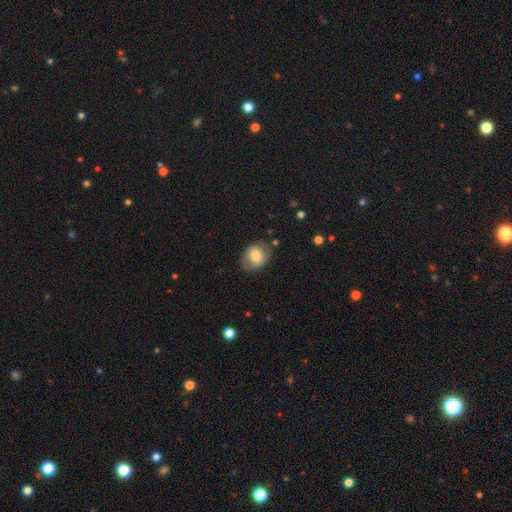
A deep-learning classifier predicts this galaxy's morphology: This appears to be a smooth galaxy with no disk features (71%) that is in between round and cigar-shaped (56%). Merging: none (74%).